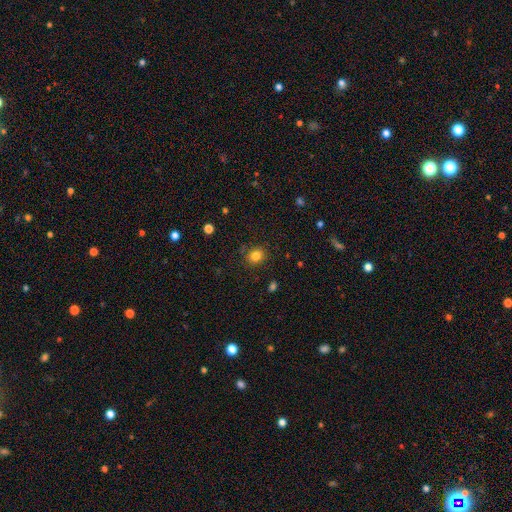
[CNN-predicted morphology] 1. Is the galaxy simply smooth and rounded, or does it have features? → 82% smooth, 12% star or artifact, 6% featured or disk.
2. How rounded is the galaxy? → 71% round, 28% in between, 1% cigar-shaped.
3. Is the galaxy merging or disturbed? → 86% none, 10% minor disturbance, 3% major disturbance, 2% merger.